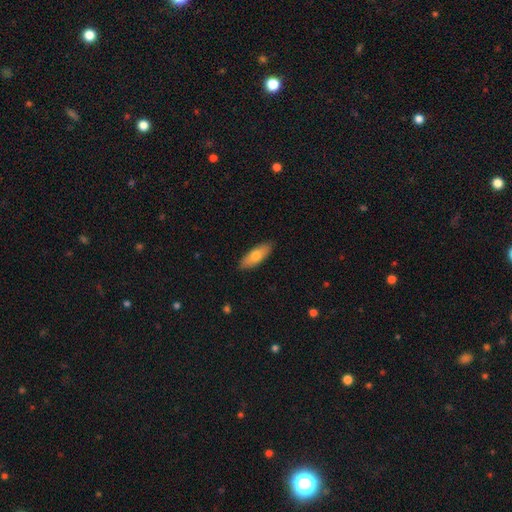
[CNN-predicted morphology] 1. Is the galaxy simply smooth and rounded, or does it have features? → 72% smooth, 23% featured or disk, 6% star or artifact.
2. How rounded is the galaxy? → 69% in between, 28% cigar-shaped, 2% round.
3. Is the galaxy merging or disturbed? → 89% none, 8% minor disturbance, 2% major disturbance, 1% merger.